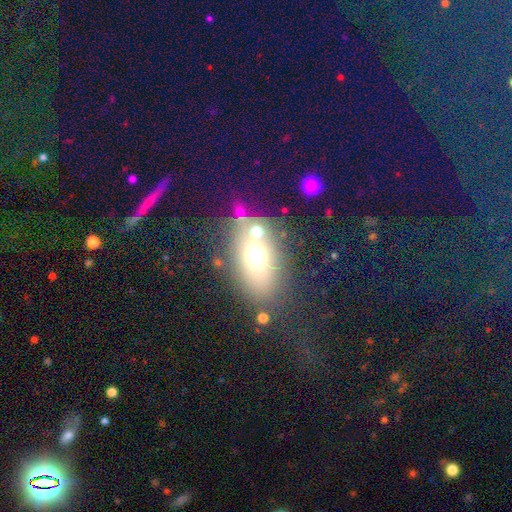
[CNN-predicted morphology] smooth-or-featured: smooth: 57% | star or artifact: 23% | featured or disk: 20%
  how-rounded: in between: 68% | round: 28% | cigar-shaped: 4%
  merging: none: 66% | merger: 13% | minor disturbance: 12% | major disturbance: 9%